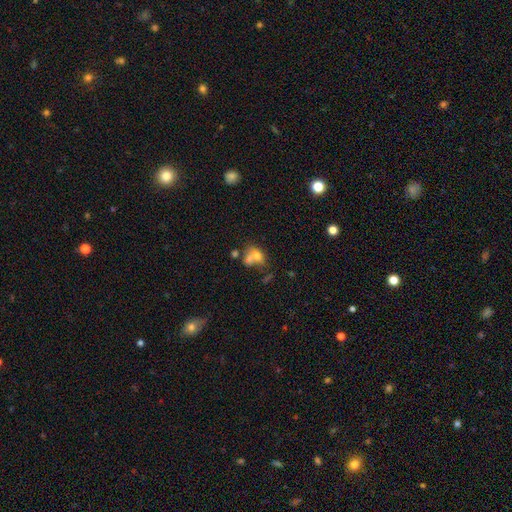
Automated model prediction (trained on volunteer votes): Q: Smooth or featured?
A: smooth (67%); runner-up: featured or disk (21%)
Q: How rounded?
A: in between (63%); runner-up: round (35%)
Q: Merging?
A: merger (49%); runner-up: none (27%)